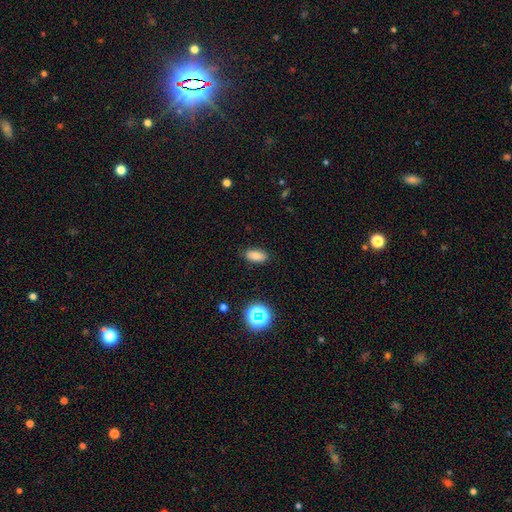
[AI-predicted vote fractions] The model was most divided on "smooth or featured": smooth: 82%, star or artifact: 12%, featured or disk: 6%. More confident: how rounded — in between (89%); merging — none (87%).